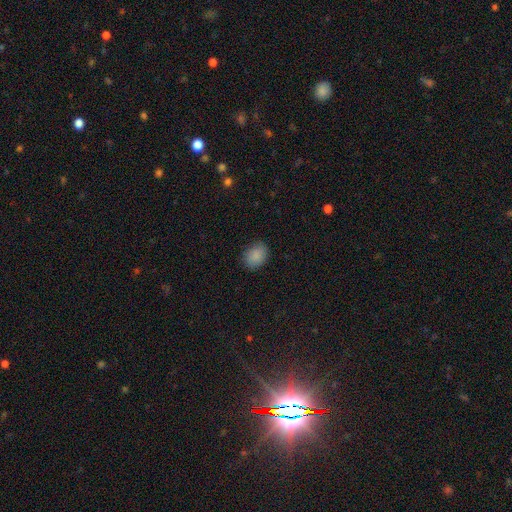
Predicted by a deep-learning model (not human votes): Smooth or featured: smooth — 87% (star or artifact — 8%)
How rounded: in between — 55% (round — 44%)
Merging: none — 84% (minor disturbance — 12%)